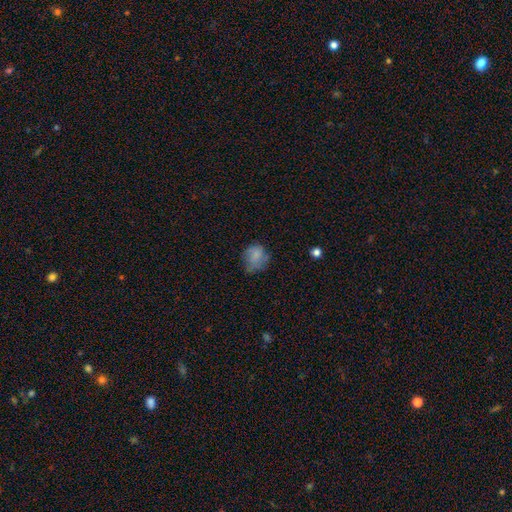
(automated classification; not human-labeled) This is likely a smooth galaxy (76%). How rounded: likely round (67%). Merging: possibly none (53%).